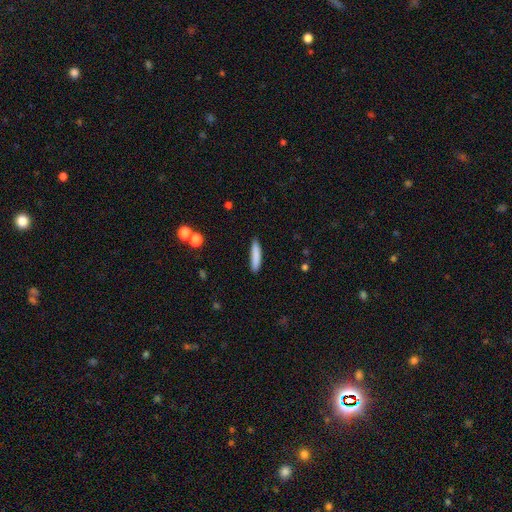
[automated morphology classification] Smooth or featured?
  - smooth: 84% *
  - featured or disk: 9%
  - star or artifact: 7%
How rounded?
  - cigar-shaped: 87% *
  - in between: 12%
  - round: 1%
Merging?
  - none: 87% *
  - minor disturbance: 10%
  - major disturbance: 2%
  - merger: 1%